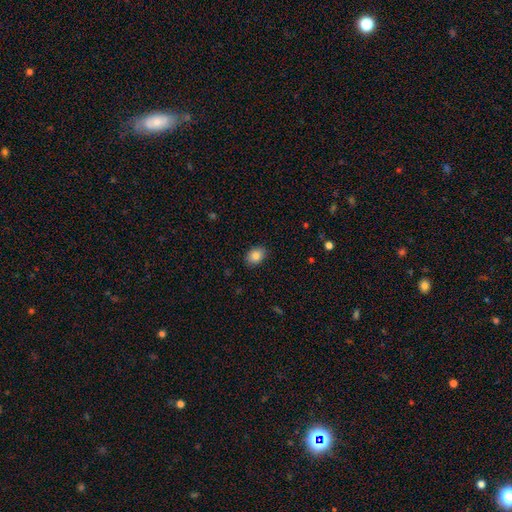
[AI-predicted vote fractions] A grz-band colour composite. It shows a smooth galaxy with no disk features (85%) that is in between round and cigar-shaped (72%). Merging: none (88%).